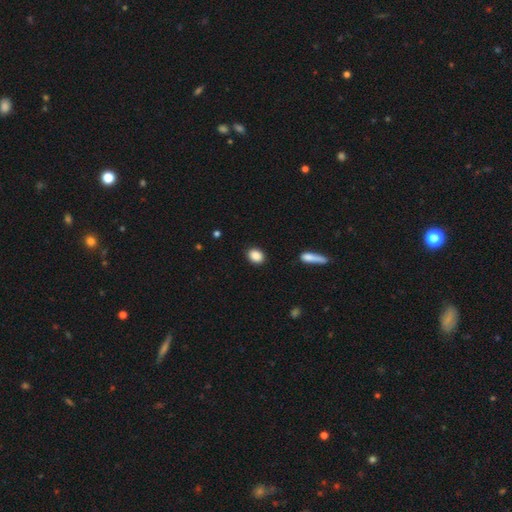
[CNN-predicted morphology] This appears to be a smooth galaxy with no disk features (88%) that is in between round and cigar-shaped (54%). Merging: none (88%).